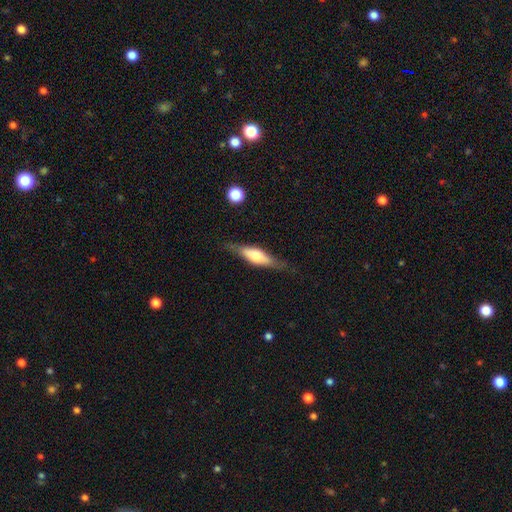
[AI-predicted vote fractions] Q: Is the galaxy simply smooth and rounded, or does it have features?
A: featured or disk — 49%.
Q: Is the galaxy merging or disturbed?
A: none — 76%.